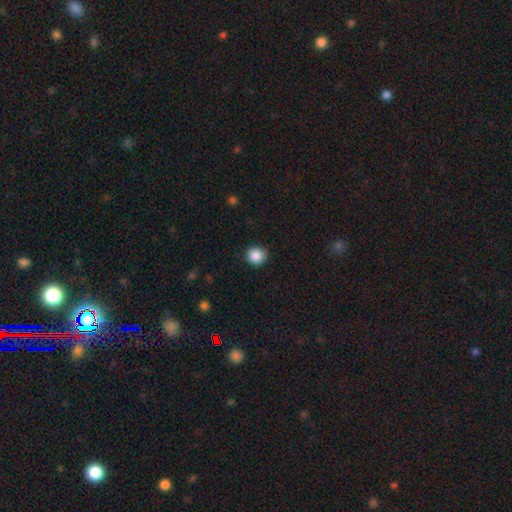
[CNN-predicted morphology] Smooth or featured? Predicted: smooth (p=0.87). How rounded? Predicted: round (p=0.92). Merging? Predicted: none (p=0.85).